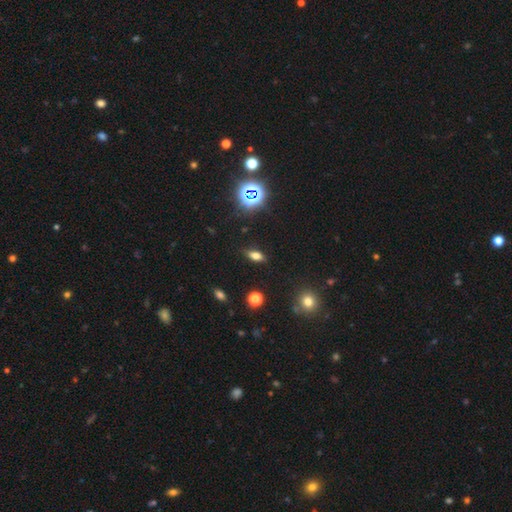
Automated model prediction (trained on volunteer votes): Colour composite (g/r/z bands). It shows a smooth galaxy with no disk features (65%) that is in between round and cigar-shaped (76%). Merging: none (84%).